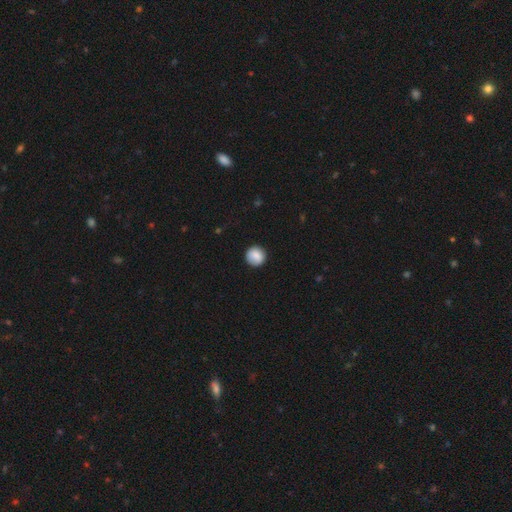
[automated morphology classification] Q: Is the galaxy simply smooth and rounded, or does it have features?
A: smooth — 86%.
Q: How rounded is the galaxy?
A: round — 94%.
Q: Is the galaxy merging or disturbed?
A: none — 89%.